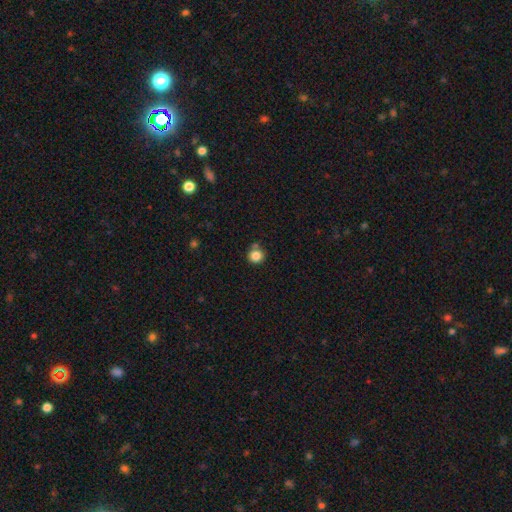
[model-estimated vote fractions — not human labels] This is clearly a smooth galaxy (84%). How rounded: clearly round (91%). Merging: likely none (73%).